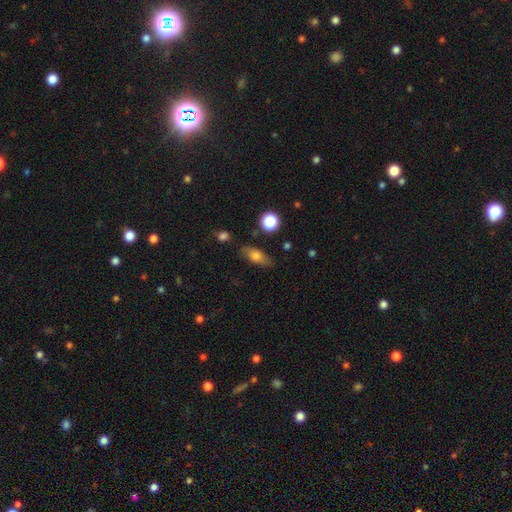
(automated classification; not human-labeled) Morphology: type=smooth (71%); roundness=in between (75%); merging=none (77%).